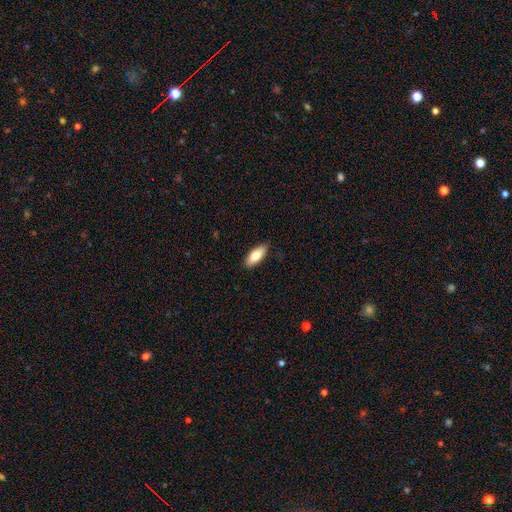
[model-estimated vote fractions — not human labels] smooth_or_featured: smooth (p=0.81) [alt: featured or disk p=0.13]
how_rounded: in between (p=0.78) [alt: cigar-shaped p=0.20]
merging: none (p=0.87) [alt: minor disturbance p=0.10]